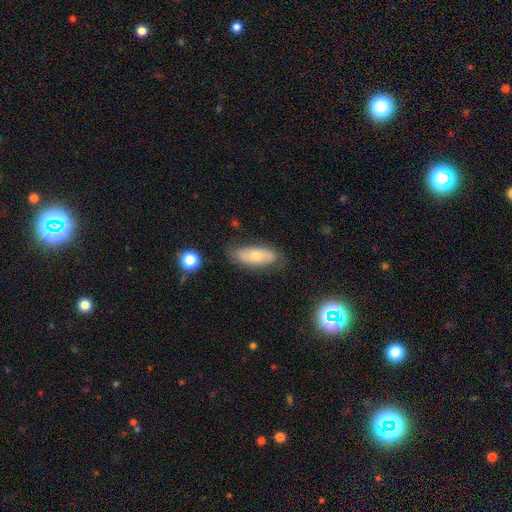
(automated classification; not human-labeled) Smooth or featured? smooth (62%)
How rounded? in between (78%)
Merging? none (72%)